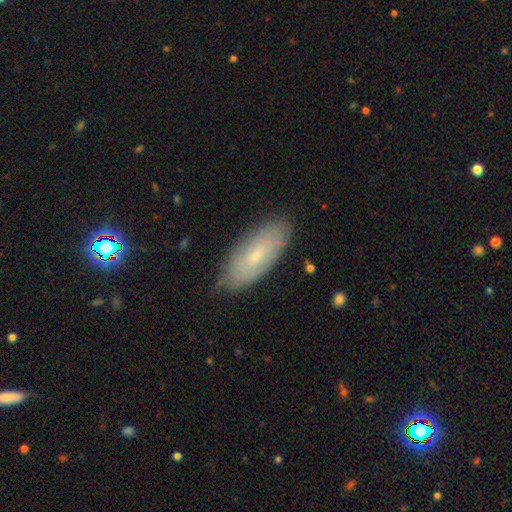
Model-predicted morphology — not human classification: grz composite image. It shows a smooth galaxy with no disk features (61%) that is in between round and cigar-shaped (80%). Merging: none (80%).